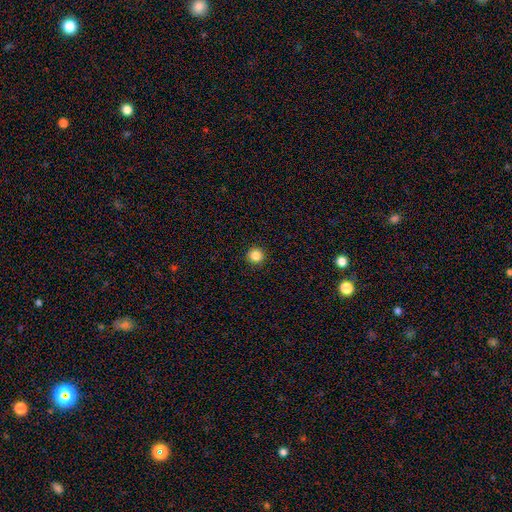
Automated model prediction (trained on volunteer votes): A smooth galaxy with no disk features (85%) that is round (96%).

Vote fractions:
- Smooth or featured? smooth: 85% / star or artifact: 11% / featured or disk: 4%
- How rounded? round: 96% / in between: 4% / cigar-shaped: 1%
- Merging? none: 93% / minor disturbance: 4% / major disturbance: 2% / merger: 1%